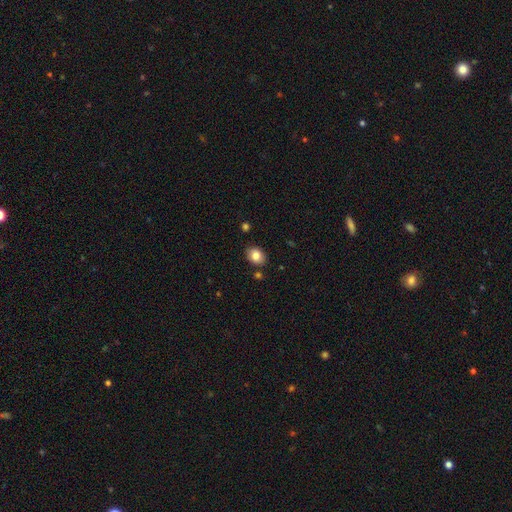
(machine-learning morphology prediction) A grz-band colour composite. It shows a smooth galaxy with no disk features (83%) that is in between round and cigar-shaped (66%). Merging: none (85%).